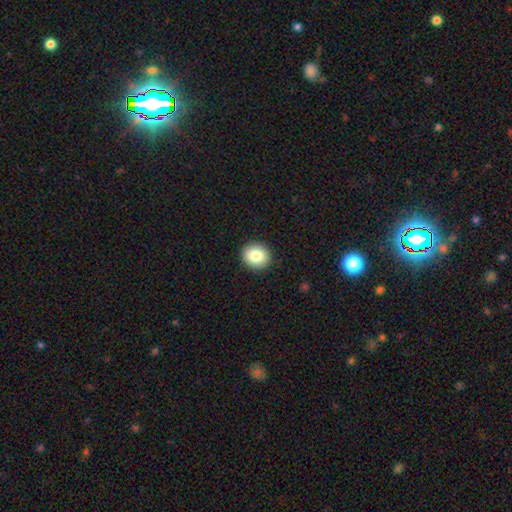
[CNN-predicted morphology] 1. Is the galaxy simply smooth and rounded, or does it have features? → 84% smooth, 9% star or artifact, 8% featured or disk.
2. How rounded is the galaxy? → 77% round, 23% in between, 1% cigar-shaped.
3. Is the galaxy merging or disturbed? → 92% none, 6% minor disturbance, 2% major disturbance, 1% merger.